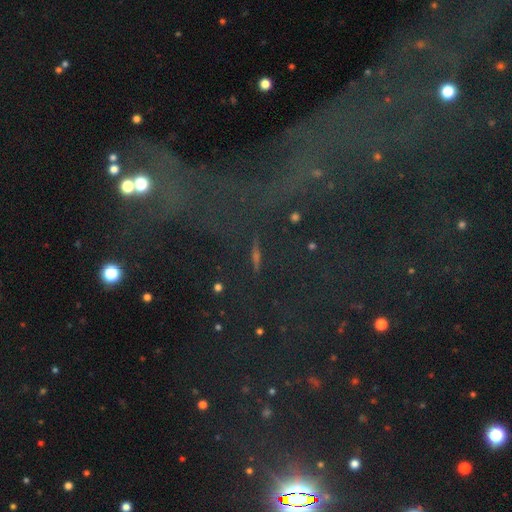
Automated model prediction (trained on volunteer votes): This is possibly a star or artifact rather than a galaxy (57%).